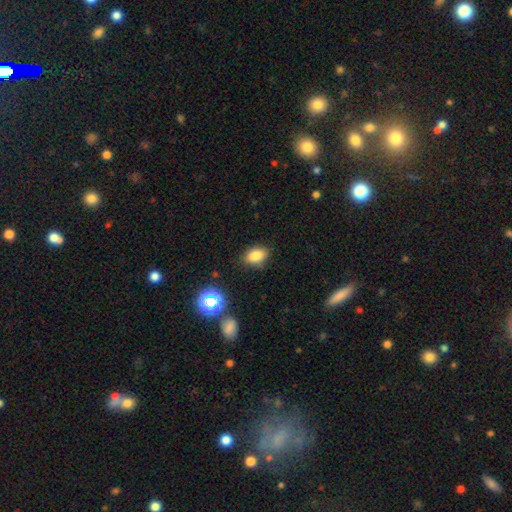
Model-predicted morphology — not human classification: Q: Smooth or featured?
A: smooth (81%); runner-up: star or artifact (13%)
Q: How rounded?
A: in between (84%); runner-up: round (14%)
Q: Merging?
A: none (84%); runner-up: minor disturbance (12%)